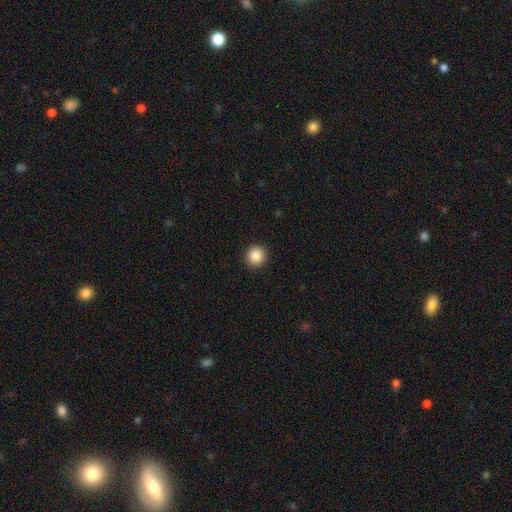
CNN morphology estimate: smooth_or_featured: smooth (p=0.88) [alt: star or artifact p=0.09]
how_rounded: round (p=0.94) [alt: in between p=0.05]
merging: none (p=0.93) [alt: minor disturbance p=0.05]